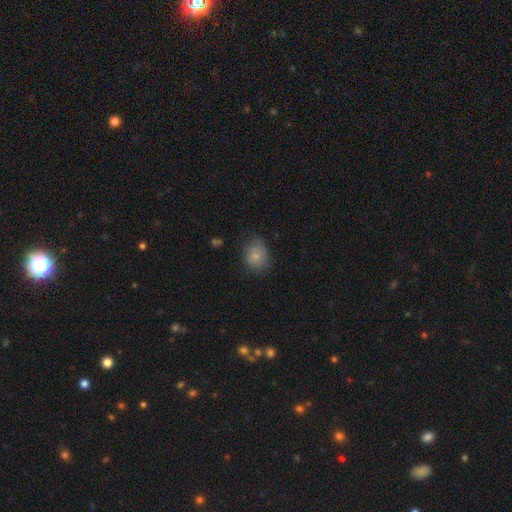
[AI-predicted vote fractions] smooth_or_featured: smooth (p=0.80) [alt: featured or disk p=0.11]
how_rounded: round (p=0.56) [alt: in between p=0.43]
merging: none (p=0.68) [alt: minor disturbance p=0.24]